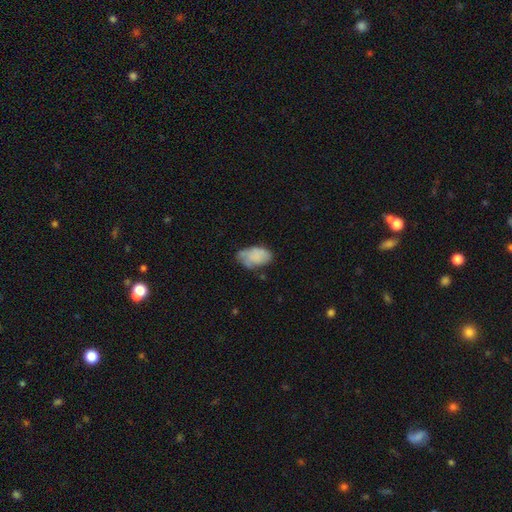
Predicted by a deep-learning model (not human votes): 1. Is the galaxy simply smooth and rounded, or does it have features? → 75% smooth, 17% featured or disk, 8% star or artifact.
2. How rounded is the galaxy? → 92% in between, 7% round, 1% cigar-shaped.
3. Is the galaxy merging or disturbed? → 45% none, 37% minor disturbance, 14% major disturbance, 4% merger.